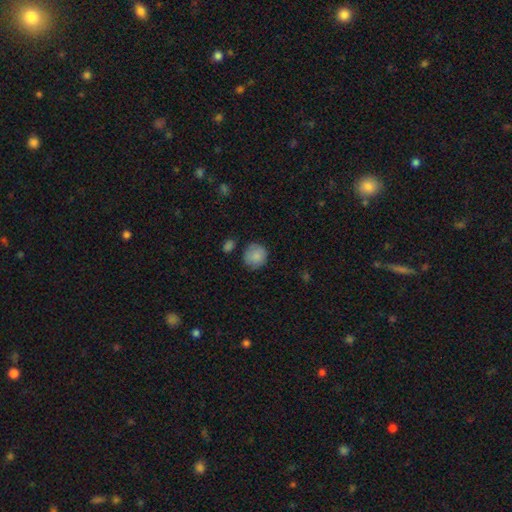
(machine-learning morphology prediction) Overall: smooth (84%). How rounded: round (85%). Merging: none (74%).